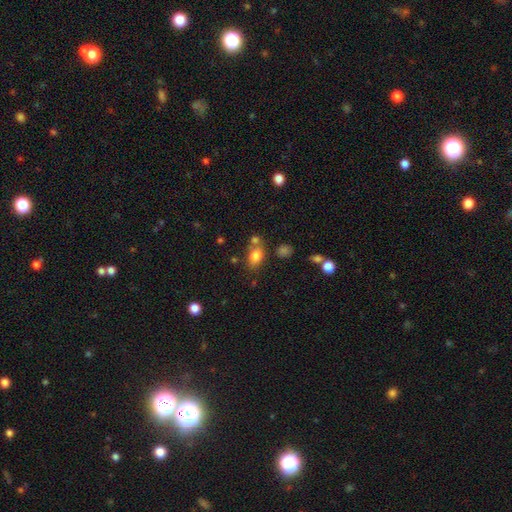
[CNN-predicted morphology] Smooth or featured? smooth (79%)
How rounded? in between (74%)
Merging? none (58%)